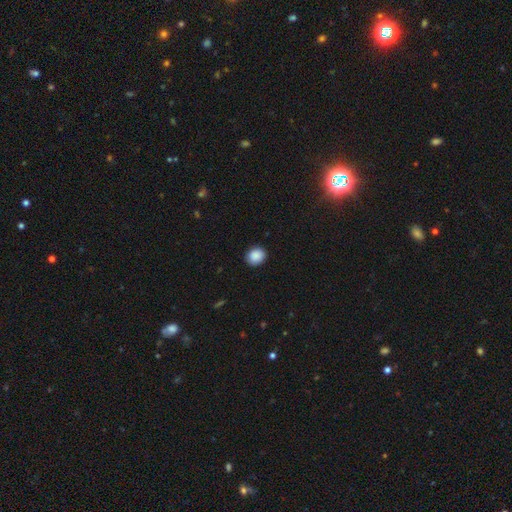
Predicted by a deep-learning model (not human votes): Q: Smooth or featured?
A: smooth (89%); runner-up: star or artifact (8%)
Q: How rounded?
A: round (68%); runner-up: in between (31%)
Q: Merging?
A: none (88%); runner-up: minor disturbance (9%)